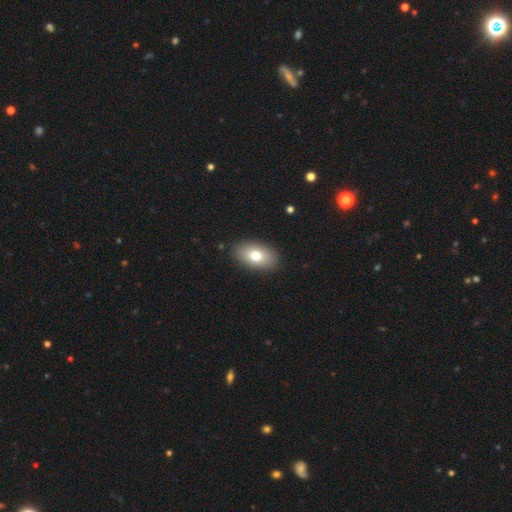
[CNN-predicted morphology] This is likely a smooth galaxy (75%). How rounded: clearly in between (92%). Merging: clearly none (89%).